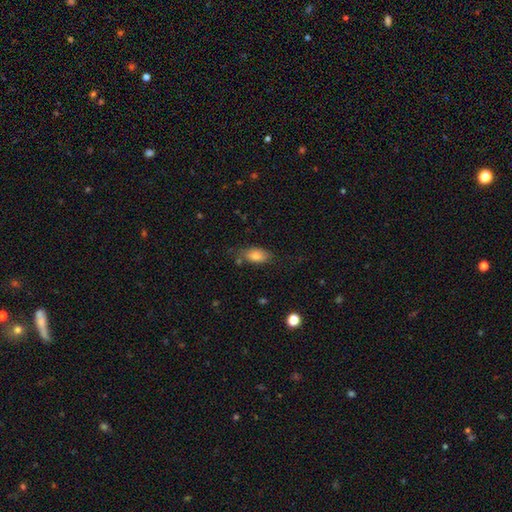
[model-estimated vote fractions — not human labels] A smooth galaxy with no disk features (80%) that is in between round and cigar-shaped (90%).

Vote fractions:
- Smooth or featured? smooth: 80% / featured or disk: 12% / star or artifact: 8%
- How rounded? in between: 90% / round: 5% / cigar-shaped: 5%
- Merging? none: 65% / minor disturbance: 24% / major disturbance: 7% / merger: 5%